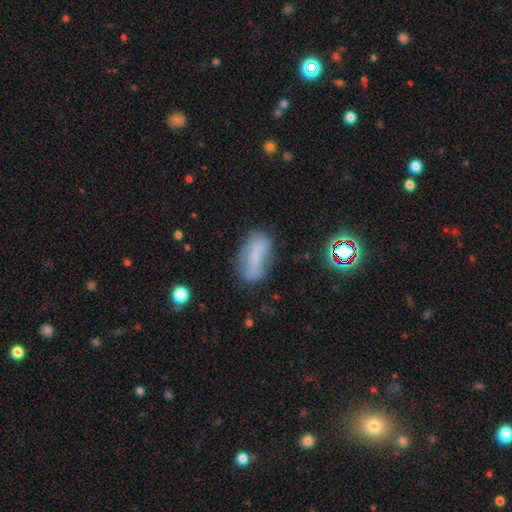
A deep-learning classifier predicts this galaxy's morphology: type=smooth (56%); roundness=in between (80%); merging=none (55%).